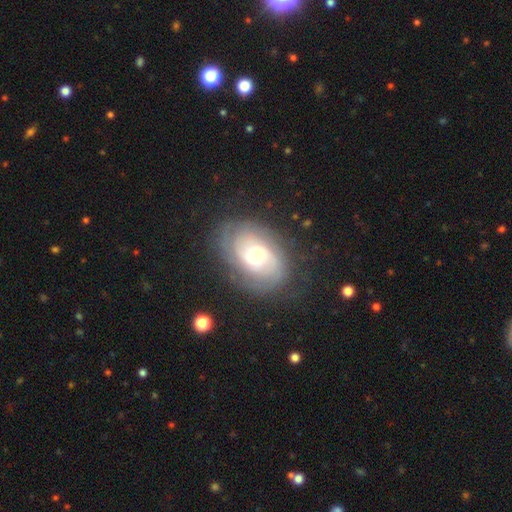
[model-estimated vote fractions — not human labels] smooth-or-featured: featured or disk: 76% | smooth: 17% | star or artifact: 7%
  disk-edge-on: no: 96% | yes: 4%
    bar: no: 64% | weak: 29% | strong: 7%
    has-spiral-arms: yes: 91% | no: 9%
      spiral-winding: tight: 58% | medium: 31% | loose: 11%
      spiral-arm-count: 2: 38% | can't tell: 35% | 3: 14% | 4: 5% | 1: 4% | more than 4: 4%
    bulge-size: small: 47% | moderate: 45% | large: 5% | dominant: 1% | none: 1%
  merging: none: 75% | minor disturbance: 16% | major disturbance: 8% | merger: 1%